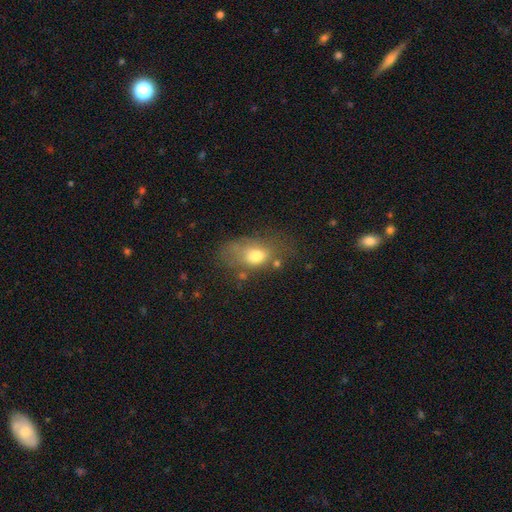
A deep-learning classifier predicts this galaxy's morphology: Smooth or featured? Predicted: smooth (p=0.71). How rounded? Predicted: in between (p=0.80). Merging? Predicted: none (p=0.44).